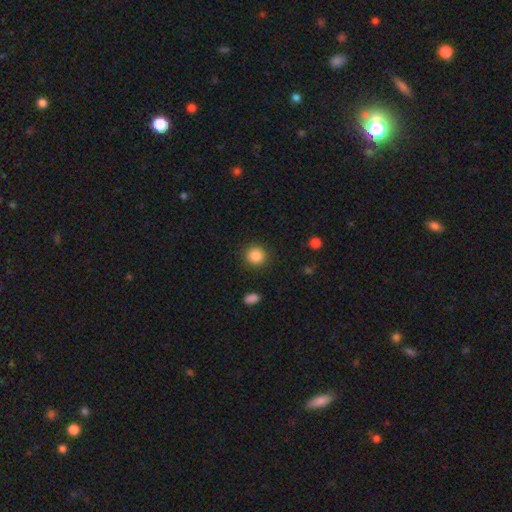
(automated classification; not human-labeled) Smooth or featured?
  - smooth: 87% *
  - star or artifact: 9%
  - featured or disk: 4%
How rounded?
  - round: 91% *
  - in between: 8%
  - cigar-shaped: 1%
Merging?
  - none: 90% *
  - minor disturbance: 6%
  - major disturbance: 3%
  - merger: 1%